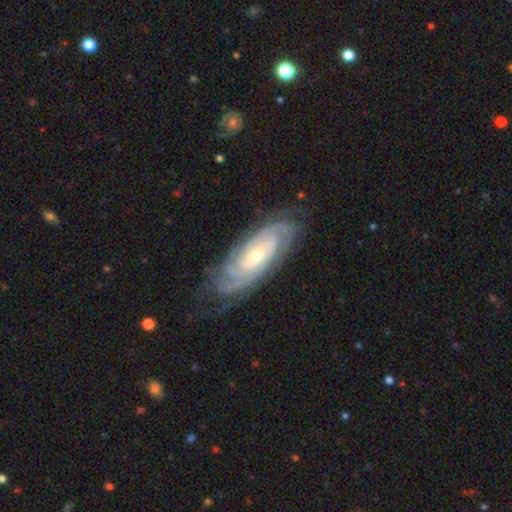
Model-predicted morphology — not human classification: smooth_or_featured: featured or disk (p=0.89) [alt: smooth p=0.06]
disk_edge_on: no (p=0.93) [alt: yes p=0.07]
bar: no (p=0.60) [alt: weak p=0.29]
has_spiral_arms: yes (p=0.98) [alt: no p=0.02]
spiral_winding: tight (p=0.78) [alt: medium p=0.19]
spiral_arm_count: 2 (p=0.25) [tied with: can't tell p=0.25]
bulge_size: small (p=0.58) [alt: moderate p=0.38]
merging: none (p=0.74) [alt: minor disturbance p=0.18]